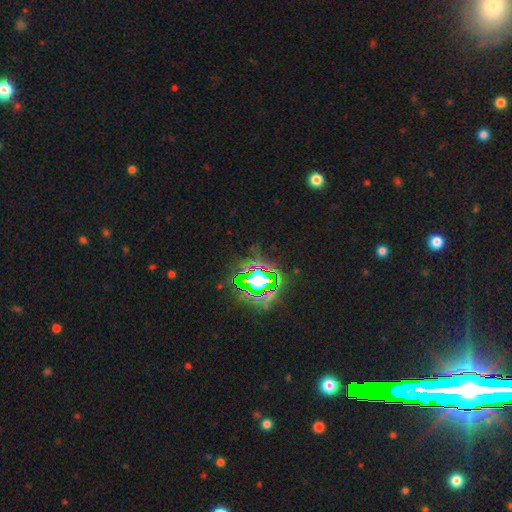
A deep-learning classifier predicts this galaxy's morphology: star or artifact 80%, smooth 11%, featured or disk 9%.